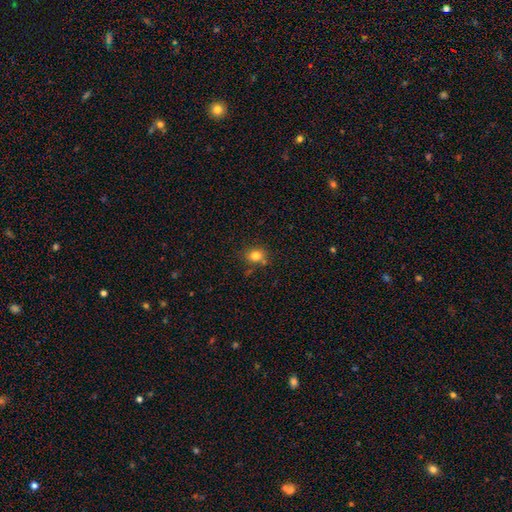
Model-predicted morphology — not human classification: smooth_or_featured: smooth (p=0.80) [alt: star or artifact p=0.12]
how_rounded: round (p=0.69) [alt: in between p=0.30]
merging: none (p=0.73) [alt: minor disturbance p=0.14]